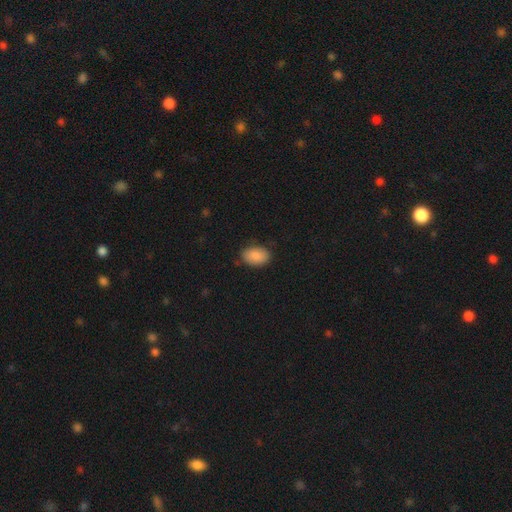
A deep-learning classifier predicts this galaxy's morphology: Smooth or featured? Predicted: smooth (p=0.89). How rounded? Predicted: in between (p=0.89). Merging? Predicted: none (p=0.82).